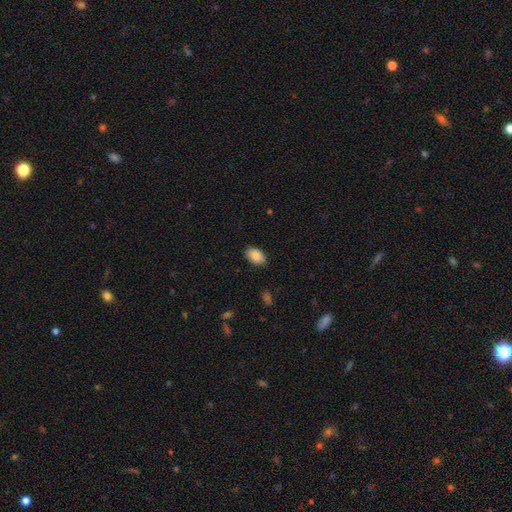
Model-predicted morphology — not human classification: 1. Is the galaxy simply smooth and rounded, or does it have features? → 88% smooth, 7% star or artifact, 5% featured or disk.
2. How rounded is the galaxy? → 91% in between, 8% round, 1% cigar-shaped.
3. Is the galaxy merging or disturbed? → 86% none, 11% minor disturbance, 2% major disturbance, 1% merger.